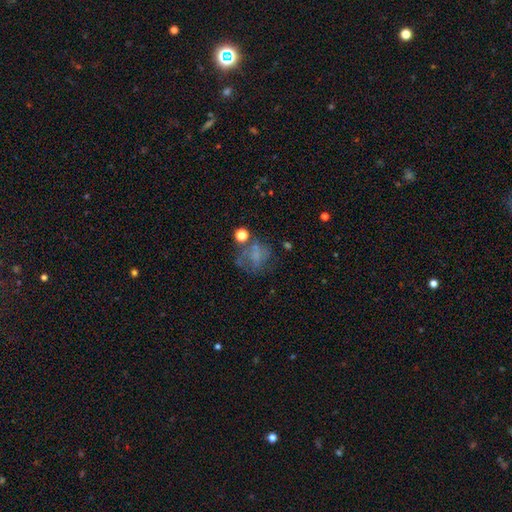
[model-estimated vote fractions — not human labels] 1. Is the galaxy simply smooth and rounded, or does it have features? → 45% smooth, 33% featured or disk, 22% star or artifact.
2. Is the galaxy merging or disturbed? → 45% none, 27% major disturbance, 19% minor disturbance, 9% merger.